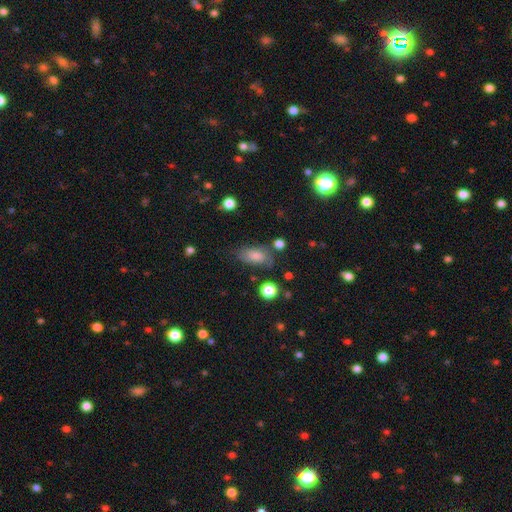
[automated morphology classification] The model was most divided on "merging": none: 60%, minor disturbance: 25%, major disturbance: 10%, merger: 5%. More confident: how rounded — in between (89%); smooth or featured — smooth (76%).